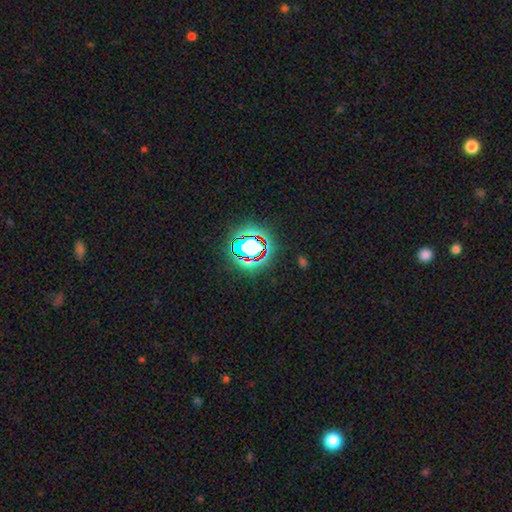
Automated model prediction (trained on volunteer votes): Morphology: type=star or artifact (65%).